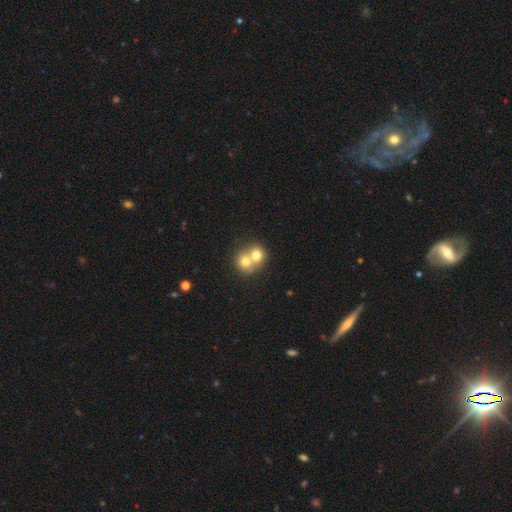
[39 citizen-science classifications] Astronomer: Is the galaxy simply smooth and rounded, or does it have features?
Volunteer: smooth — 77%.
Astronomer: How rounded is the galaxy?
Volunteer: round — 77%.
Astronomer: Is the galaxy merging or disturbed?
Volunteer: merger — 84%.